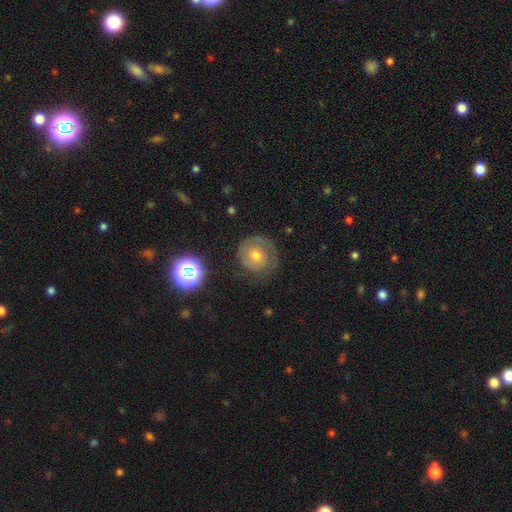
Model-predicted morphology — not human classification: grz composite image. It shows a featured or disk galaxy (60%) with no bar (80%), spiral arms (81%) and a moderate central bulge (63%). Merging: none (71%).